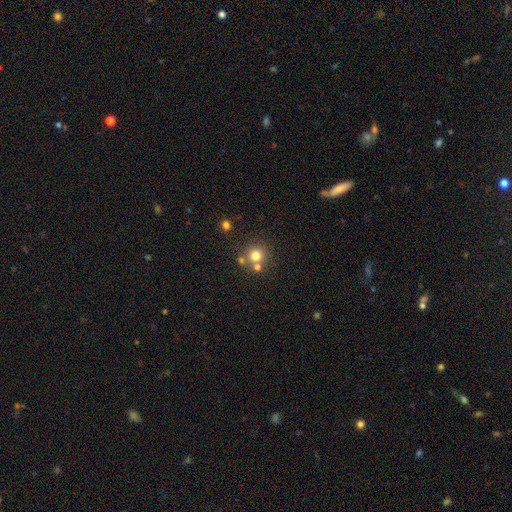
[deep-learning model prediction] A smooth galaxy with no disk features (75%) that is round (92%). Merging: none (66%).